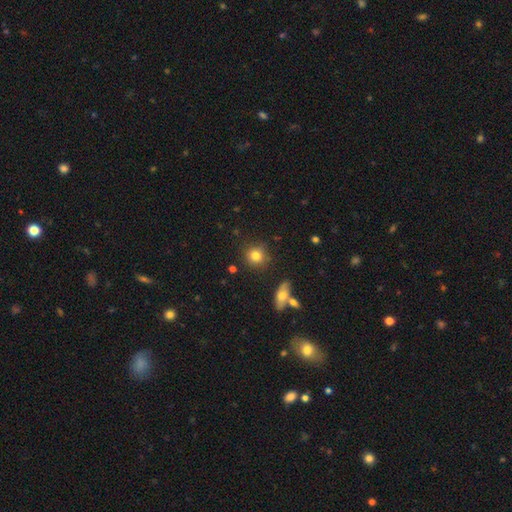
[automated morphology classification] This appears to be a smooth galaxy with no disk features (80%) that is round (88%). Merging: none (82%).